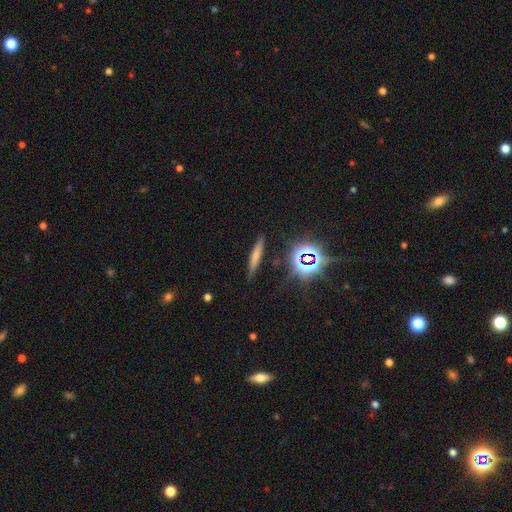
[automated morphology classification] Smooth or featured? Predicted: smooth (p=0.60). How rounded? Predicted: cigar-shaped (p=0.88). Merging? Predicted: none (p=0.85).